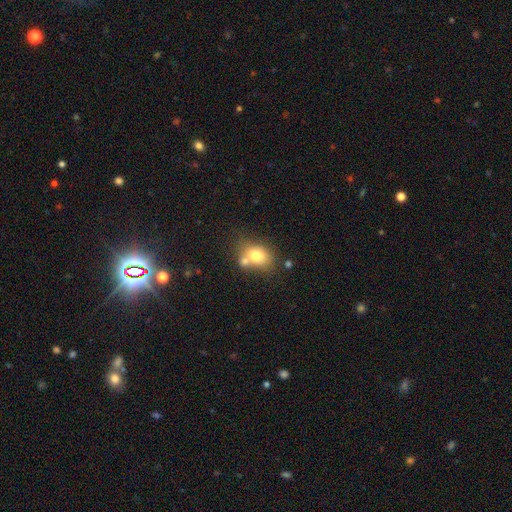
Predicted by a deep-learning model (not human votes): smooth-or-featured: smooth: 74% | featured or disk: 16% | star or artifact: 10%
  how-rounded: in between: 59% | round: 40% | cigar-shaped: 1%
  merging: none: 45% | merger: 35% | minor disturbance: 15% | major disturbance: 5%